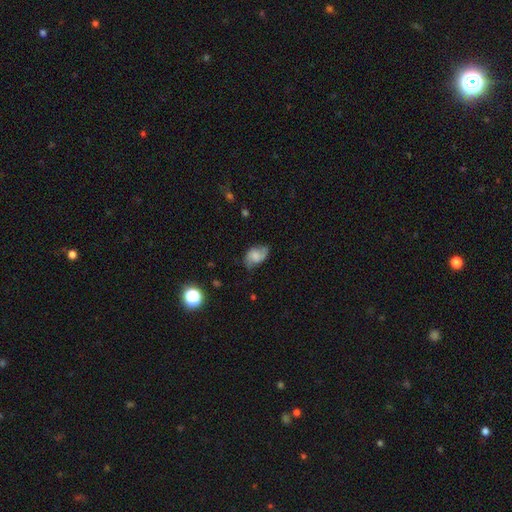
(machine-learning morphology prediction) smooth 48%, featured or disk 43%, star or artifact 10%. Down the decision tree: merging — none (61%).